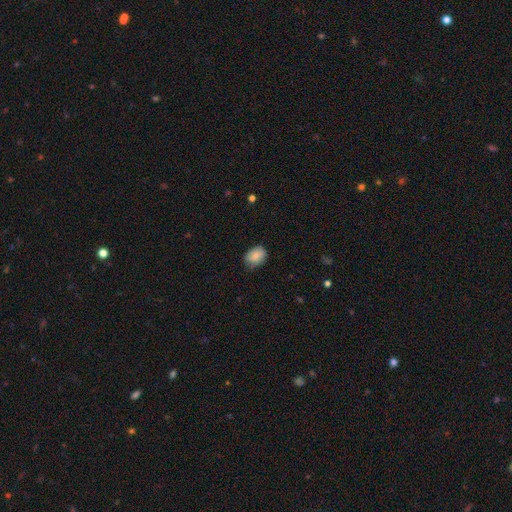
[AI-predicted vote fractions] A smooth galaxy with no disk features (84%) that is in between round and cigar-shaped (72%).

Vote fractions:
- Smooth or featured? smooth: 84% / featured or disk: 8% / star or artifact: 7%
- How rounded? in between: 72% / round: 27% / cigar-shaped: 1%
- Merging? none: 70% / minor disturbance: 25% / major disturbance: 4% / merger: 1%